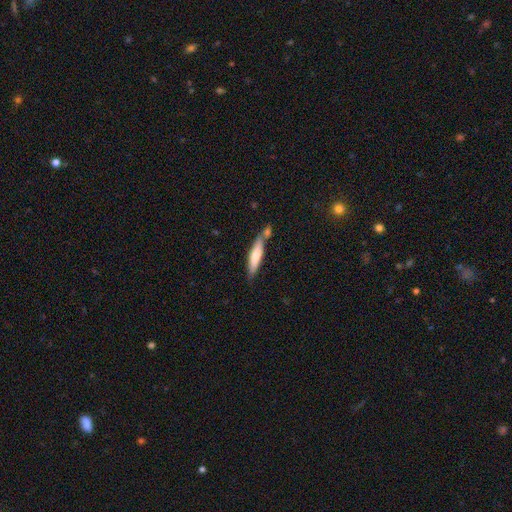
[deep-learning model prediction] Smooth or featured? smooth (65%)
How rounded? cigar-shaped (80%)
Merging? none (58%)